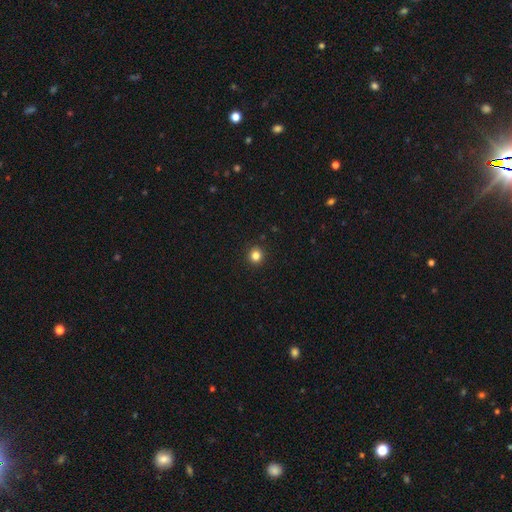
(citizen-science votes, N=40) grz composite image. It shows a smooth galaxy with no disk features (92%) that is round (92%). Merging: none (84%).